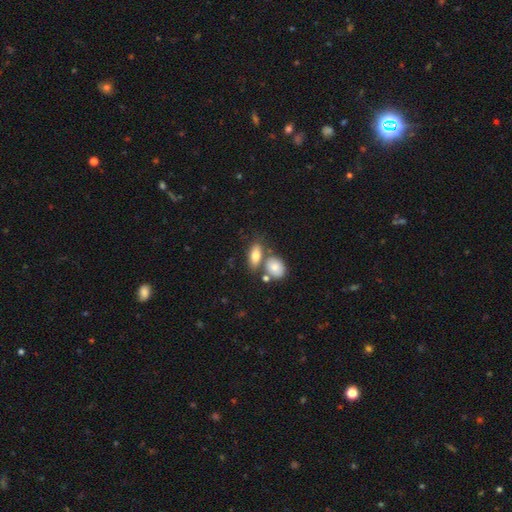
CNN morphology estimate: Q: Smooth or featured?
A: smooth (76%); runner-up: featured or disk (17%)
Q: How rounded?
A: in between (82%); runner-up: cigar-shaped (10%)
Q: Merging?
A: none (52%); runner-up: merger (31%)